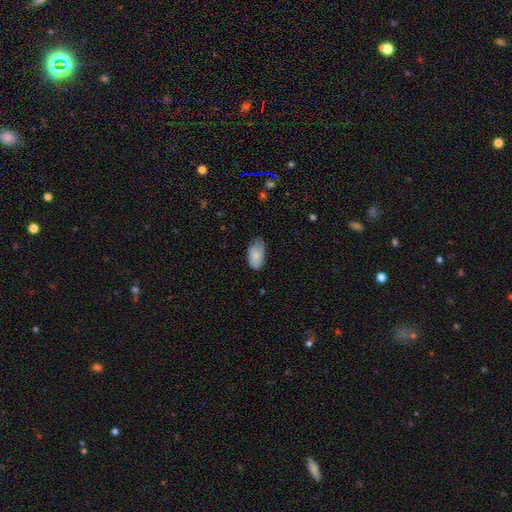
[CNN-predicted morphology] type=smooth (83%); roundness=in between (94%); merging=none (58%).